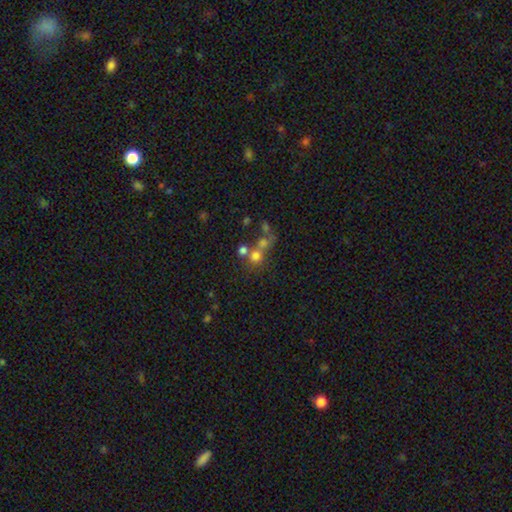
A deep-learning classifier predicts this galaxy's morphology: smooth_or_featured: smooth (p=0.64) [alt: star or artifact p=0.19]
how_rounded: round (p=0.86) [alt: in between p=0.13]
merging: merger (p=0.44) [alt: none p=0.43]